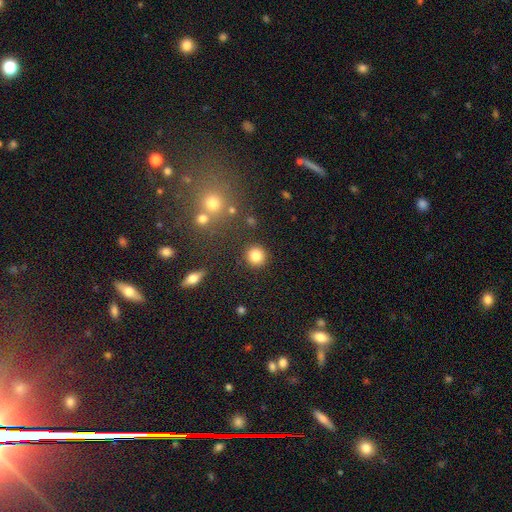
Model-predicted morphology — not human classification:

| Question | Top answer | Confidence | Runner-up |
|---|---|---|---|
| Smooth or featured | smooth | 84% | star or artifact (10%) |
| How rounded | round | 92% | in between (7%) |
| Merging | none | 89% | minor disturbance (6%) |